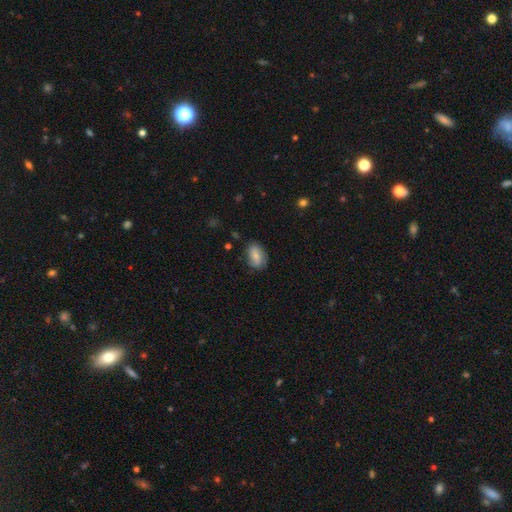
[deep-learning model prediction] This appears to be a smooth galaxy with no disk features (73%) that is in between round and cigar-shaped (87%). Merging: none (73%).